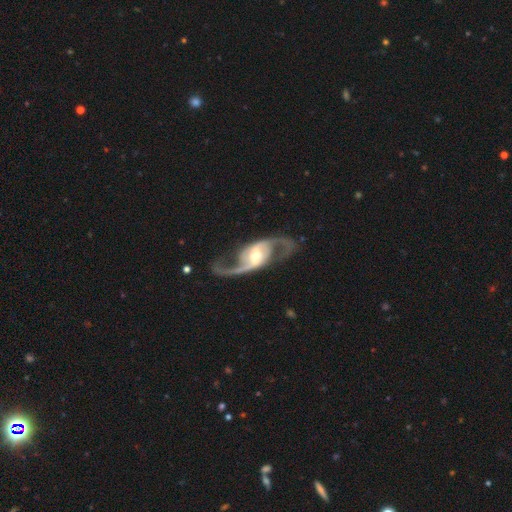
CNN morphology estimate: The model was most divided on "bar": strong: 41%, weak: 40%, no: 19%. More confident: spiral arms — yes (97%); edge-on disk — no (96%); spiral arm count — 2 (94%); smooth or featured — featured or disk (92%); merging — none (78%); spiral winding — loose (61%); bulge size — moderate (52%).